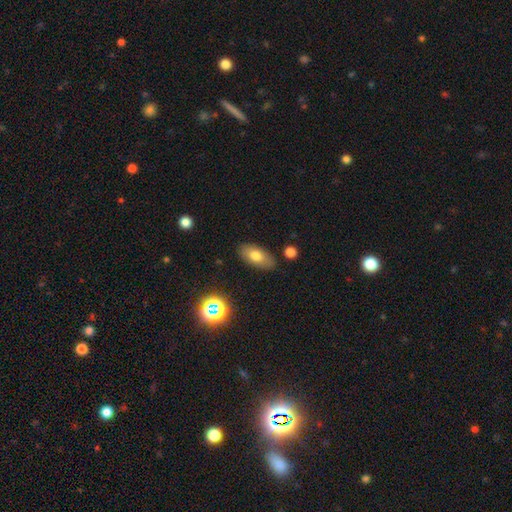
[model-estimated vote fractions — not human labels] Q: Smooth or featured?
A: smooth (75%); runner-up: featured or disk (16%)
Q: How rounded?
A: in between (90%); runner-up: cigar-shaped (6%)
Q: Merging?
A: none (84%); runner-up: minor disturbance (11%)